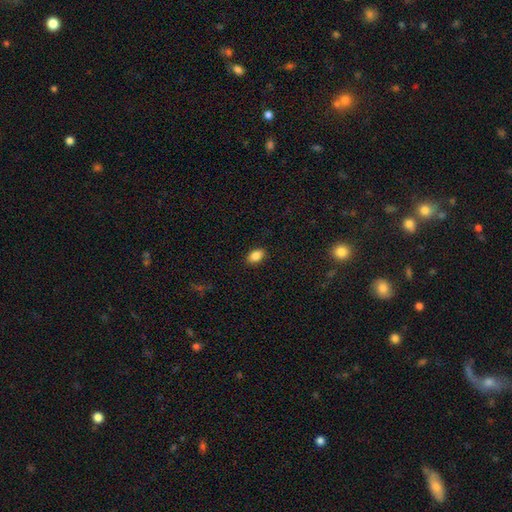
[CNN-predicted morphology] type=smooth (85%); roundness=in between (87%); merging=none (88%).